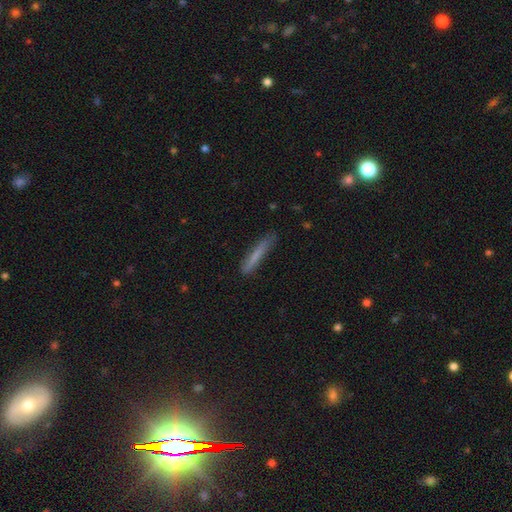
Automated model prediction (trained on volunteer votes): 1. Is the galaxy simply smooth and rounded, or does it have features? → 70% smooth, 23% featured or disk, 7% star or artifact.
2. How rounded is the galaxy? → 94% cigar-shaped, 5% in between, 1% round.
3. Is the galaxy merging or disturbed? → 78% none, 17% minor disturbance, 3% major disturbance, 2% merger.